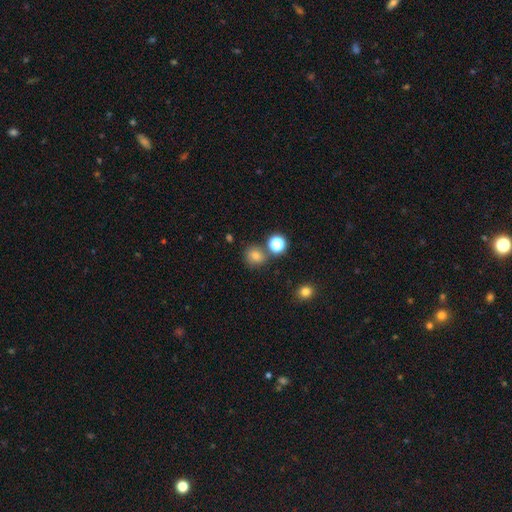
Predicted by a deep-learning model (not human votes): smooth_or_featured: smooth (p=0.74) [alt: star or artifact p=0.18]
how_rounded: round (p=0.77) [alt: in between p=0.22]
merging: none (p=0.71) [alt: merger p=0.13]